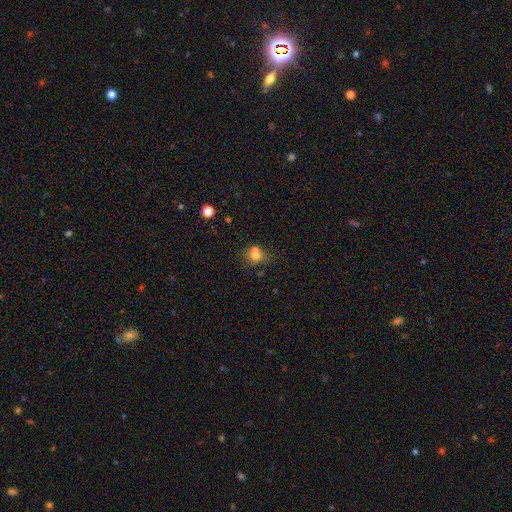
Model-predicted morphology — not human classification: The model was most divided on "merging": merger: 46%, none: 39%, minor disturbance: 9%, major disturbance: 5%. More confident: how rounded — round (72%); smooth or featured — smooth (64%).